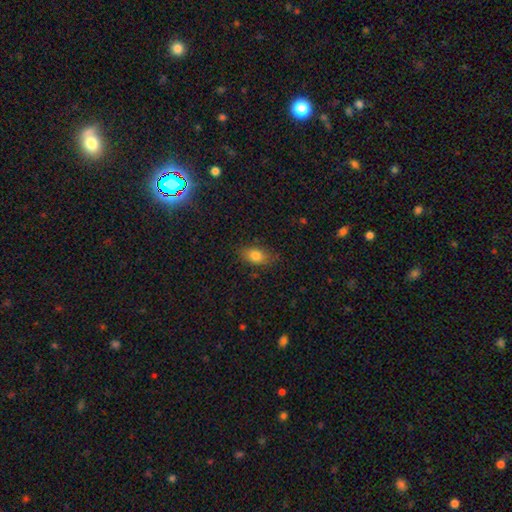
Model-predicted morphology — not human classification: smooth 80%, featured or disk 10%, star or artifact 10%. Down the decision tree: how rounded — in between (84%); merging — none (81%).